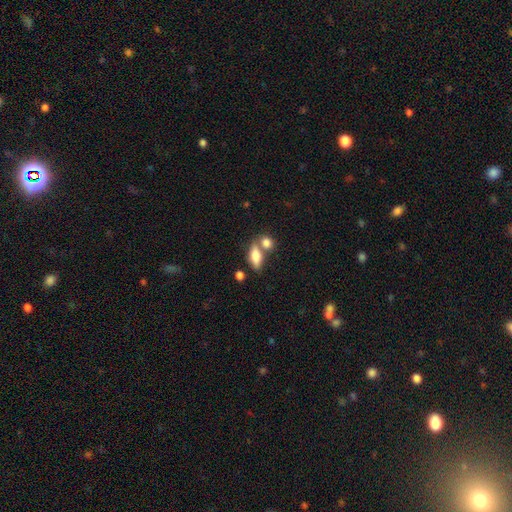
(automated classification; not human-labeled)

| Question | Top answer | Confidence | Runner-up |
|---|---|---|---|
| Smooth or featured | smooth | 71% | featured or disk (21%) |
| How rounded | in between | 73% | cigar-shaped (19%) |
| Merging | none | 49% | merger (34%) |